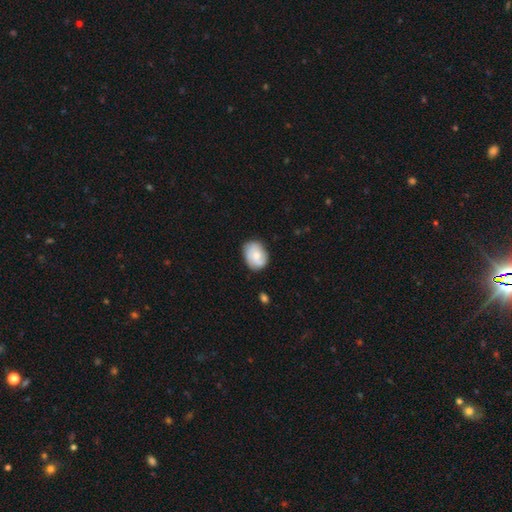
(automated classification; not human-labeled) This appears to be a smooth galaxy with no disk features (59%) that is in between round and cigar-shaped (60%). Merging: none (70%).